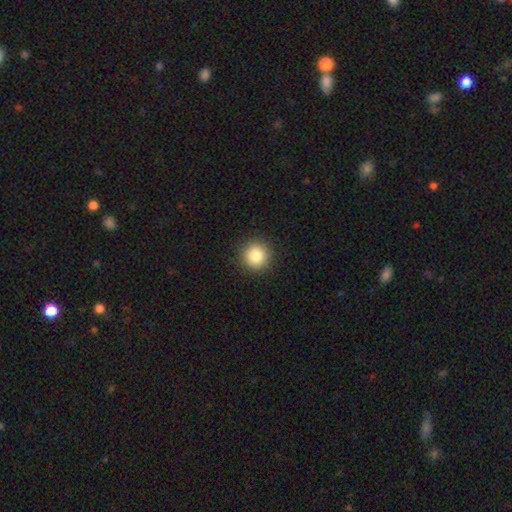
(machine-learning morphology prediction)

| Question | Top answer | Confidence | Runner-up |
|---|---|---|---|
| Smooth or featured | smooth | 84% | star or artifact (10%) |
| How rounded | round | 95% | in between (4%) |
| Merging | none | 92% | minor disturbance (5%) |